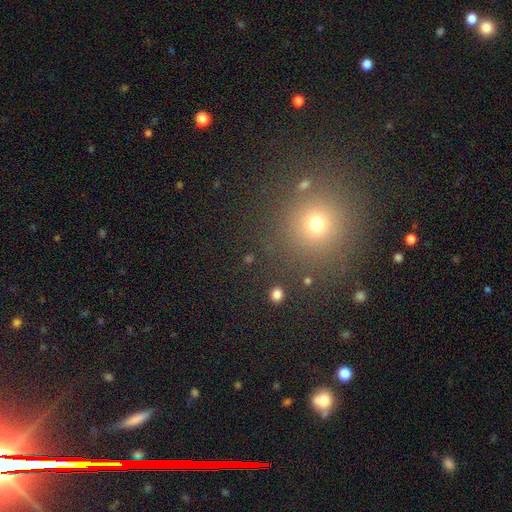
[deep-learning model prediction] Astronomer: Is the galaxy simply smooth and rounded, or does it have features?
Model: smooth — 52% (runner-up: star or artifact, 40%).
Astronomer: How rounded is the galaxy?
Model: round — 93%.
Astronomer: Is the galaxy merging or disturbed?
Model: none — 88%.